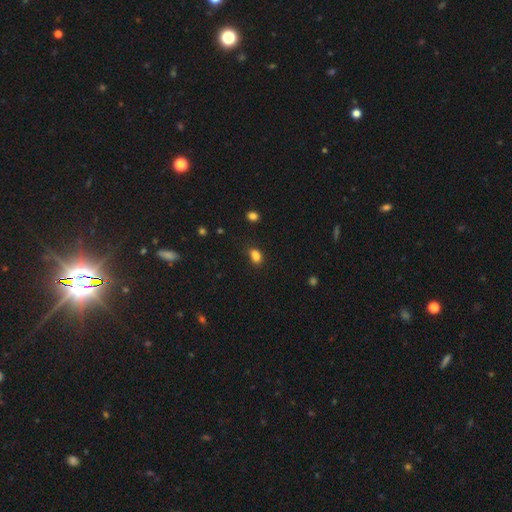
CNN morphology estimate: Smooth or featured? smooth (81%)
How rounded? in between (69%)
Merging? none (56%)